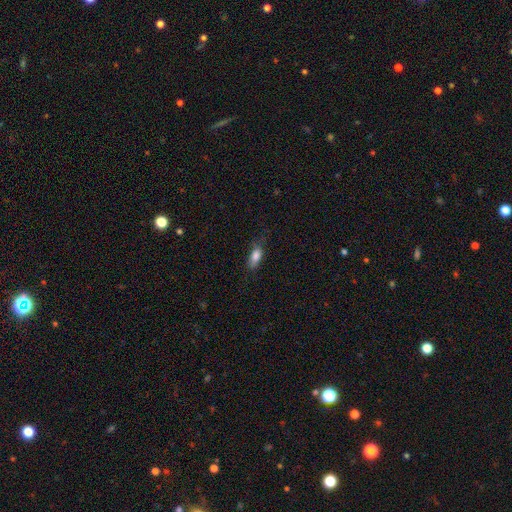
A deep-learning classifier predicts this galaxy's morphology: Smooth or featured: smooth — 83% (featured or disk — 9%)
How rounded: in between — 78% (cigar-shaped — 18%)
Merging: none — 65% (minor disturbance — 25%)